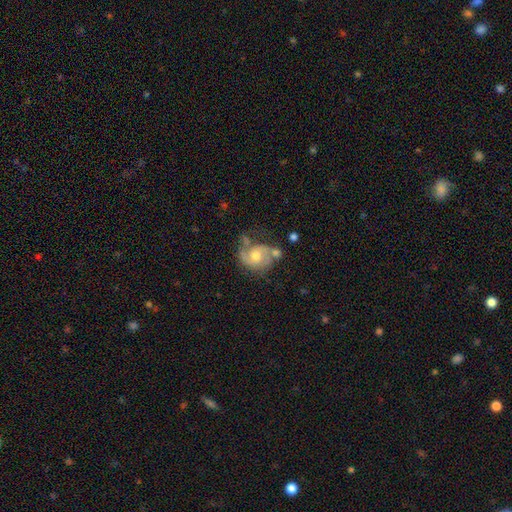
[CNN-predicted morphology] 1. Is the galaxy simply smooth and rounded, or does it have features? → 78% featured or disk, 15% smooth, 7% star or artifact.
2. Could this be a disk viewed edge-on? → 98% no, 2% yes.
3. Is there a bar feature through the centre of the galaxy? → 67% no, 28% weak, 5% strong.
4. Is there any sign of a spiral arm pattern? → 92% yes, 8% no.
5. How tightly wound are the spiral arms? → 49% medium, 30% tight, 21% loose.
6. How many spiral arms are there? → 77% 2, 9% can't tell, 7% 1, 4% 3, 1% 4, 1% more than 4.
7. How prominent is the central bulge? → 67% moderate, 25% small, 6% large, 2% none, 1% dominant.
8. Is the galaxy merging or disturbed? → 45% none, 24% minor disturbance, 16% major disturbance, 15% merger.